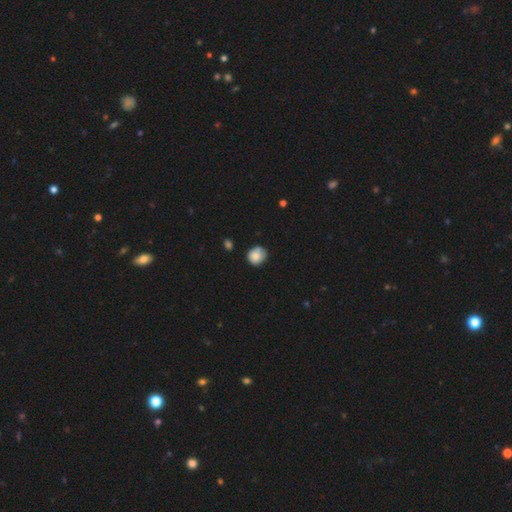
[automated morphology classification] Smooth or featured?
  - smooth: 81% *
  - featured or disk: 11%
  - star or artifact: 8%
How rounded?
  - round: 81% *
  - in between: 18%
  - cigar-shaped: 1%
Merging?
  - none: 68% *
  - minor disturbance: 25%
  - major disturbance: 4%
  - merger: 3%